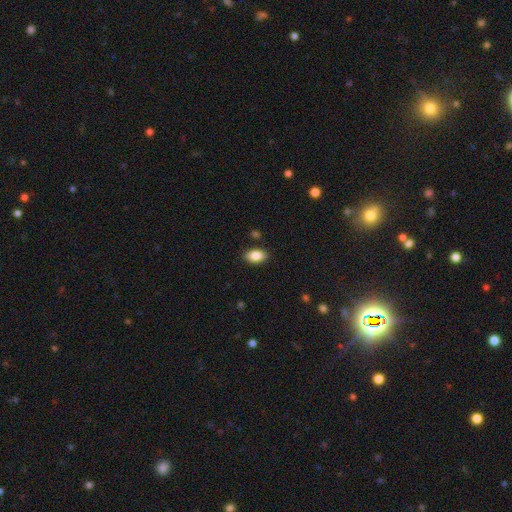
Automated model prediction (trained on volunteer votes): The model was most divided on "merging": none: 87%, minor disturbance: 9%, major disturbance: 2%, merger: 2%. More confident: how rounded — in between (92%); smooth or featured — smooth (87%).